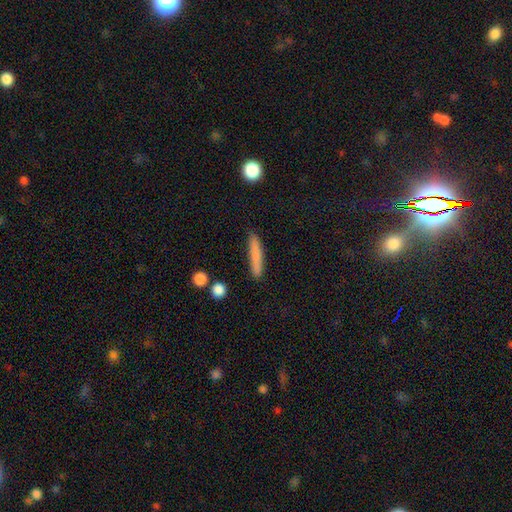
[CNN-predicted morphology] A smooth galaxy with no disk features (79%) that is cigar-shaped (91%). Merging: none (85%).